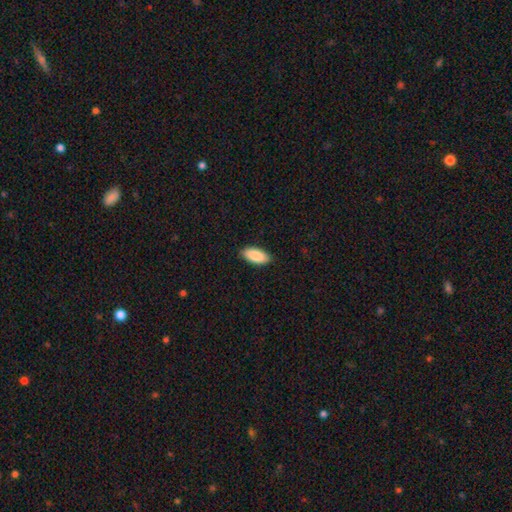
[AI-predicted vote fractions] This is clearly a smooth galaxy (89%). How rounded: clearly in between (91%). Merging: clearly none (89%).